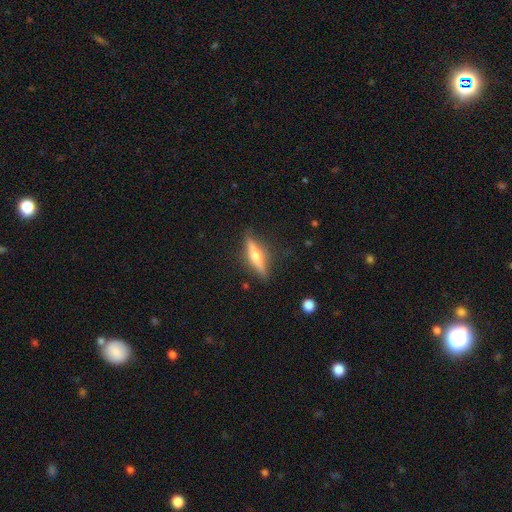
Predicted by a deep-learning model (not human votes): Morphology: type=featured or disk (62%); edge-on=yes (95%); edge-on bulge=rounded (90%); merging=none (86%).